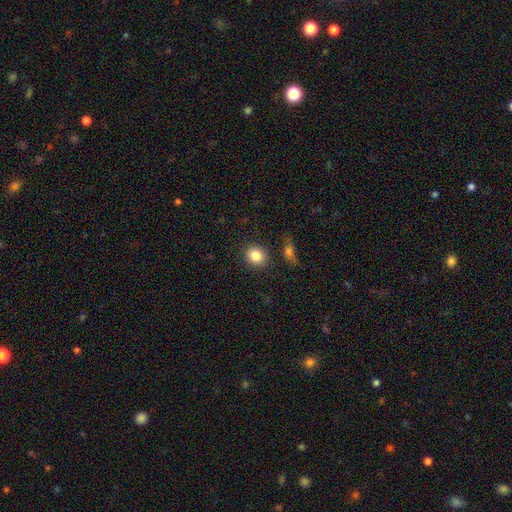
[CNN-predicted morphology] Overall: smooth (85%). How rounded: round (75%). Merging: none (85%).